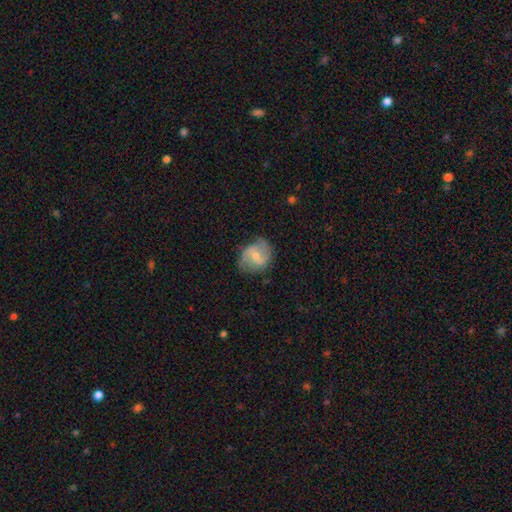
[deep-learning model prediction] smooth-or-featured: featured or disk: 64% | smooth: 29% | star or artifact: 6%
  disk-edge-on: no: 97% | yes: 3%
    bar: weak: 48% | no: 38% | strong: 14%
    has-spiral-arms: yes: 87% | no: 13%
      spiral-winding: medium: 46% | loose: 33% | tight: 21%
      spiral-arm-count: 2: 79% | can't tell: 11% | 3: 4% | 1: 3% | 4: 1% | more than 4: 1%
    bulge-size: small: 50% | moderate: 46% | none: 2% | large: 2% | dominant: 1%
  merging: none: 64% | minor disturbance: 26% | major disturbance: 9% | merger: 2%